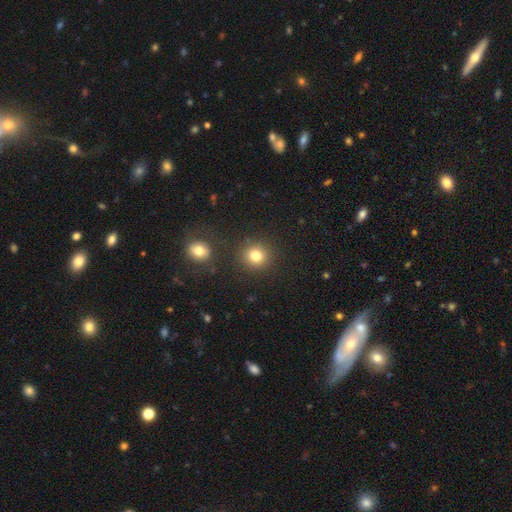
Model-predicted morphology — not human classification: This is likely a smooth galaxy (80%). How rounded: clearly round (88%). Merging: clearly none (86%).